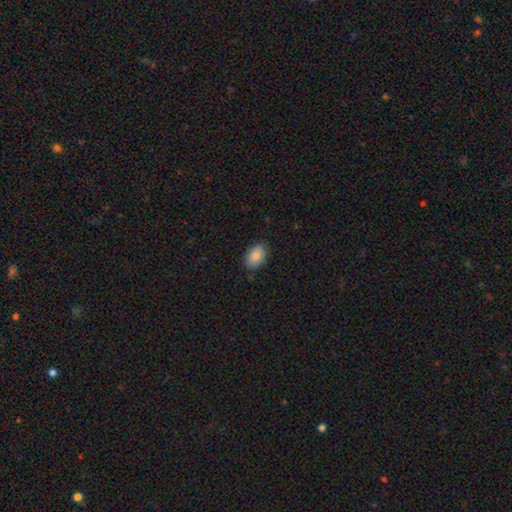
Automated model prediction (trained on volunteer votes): Morphology: type=smooth (87%); roundness=in between (90%); merging=none (84%).